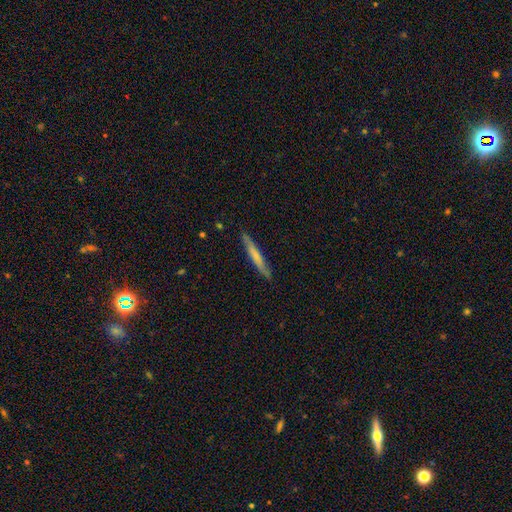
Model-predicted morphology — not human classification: Smooth or featured?
  - smooth: 59% *
  - featured or disk: 36%
  - star or artifact: 6%
How rounded?
  - cigar-shaped: 96% *
  - in between: 3%
  - round: 1%
Merging?
  - none: 87% *
  - minor disturbance: 10%
  - major disturbance: 2%
  - merger: 1%